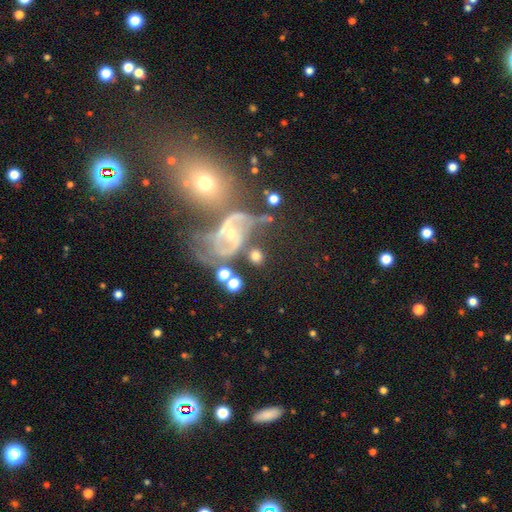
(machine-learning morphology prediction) Smooth or featured: smooth — 56% (featured or disk — 34%)
How rounded: round — 66% (in between — 32%)
Merging: none — 56% (merger — 18%)